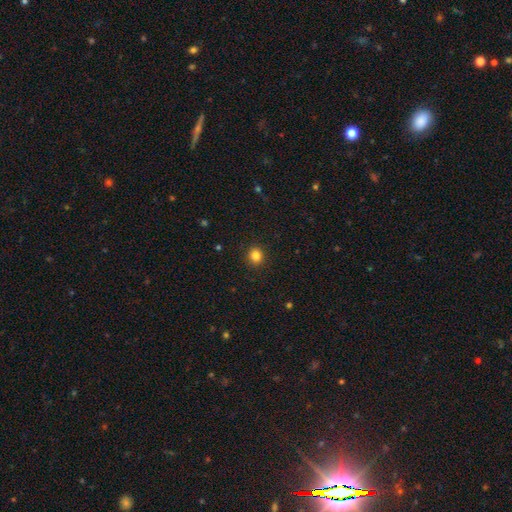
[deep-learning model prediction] Overall: smooth (83%). How rounded: round (87%). Merging: none (92%).